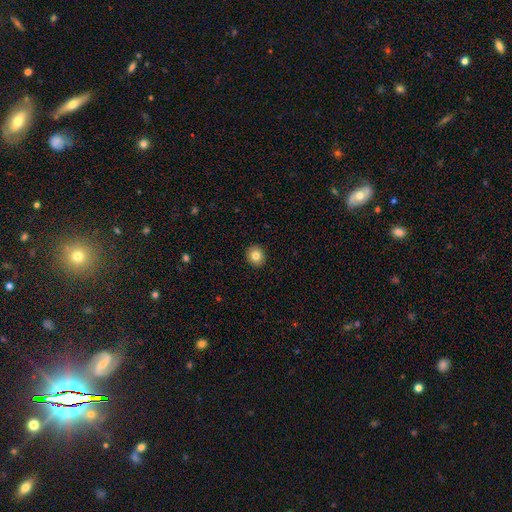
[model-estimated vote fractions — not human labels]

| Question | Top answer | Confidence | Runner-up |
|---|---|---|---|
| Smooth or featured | smooth | 82% | star or artifact (9%) |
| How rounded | round | 85% | in between (15%) |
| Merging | none | 92% | minor disturbance (5%) |